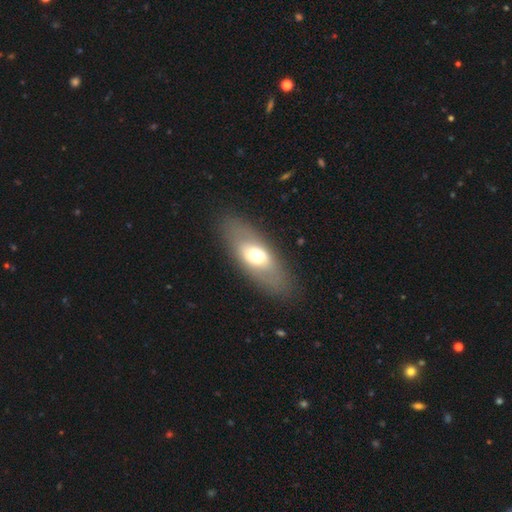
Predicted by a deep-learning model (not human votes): This appears to be a smooth galaxy with no disk features (52%) that is in between round and cigar-shaped (80%). Merging: none (85%).